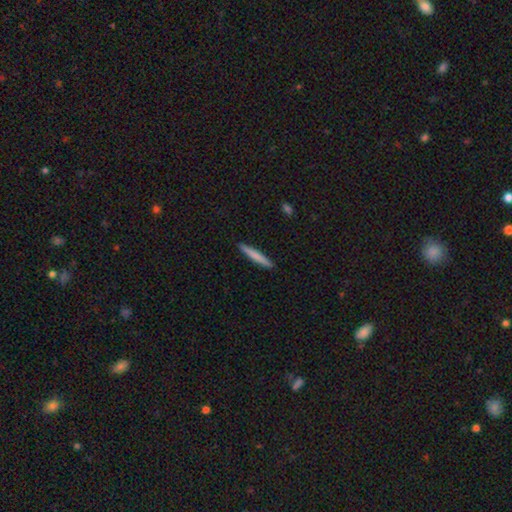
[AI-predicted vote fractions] smooth-or-featured: smooth: 73% | featured or disk: 22% | star or artifact: 5%
  how-rounded: cigar-shaped: 96% | in between: 3% | round: 1%
  merging: none: 92% | minor disturbance: 6% | major disturbance: 1% | merger: 1%